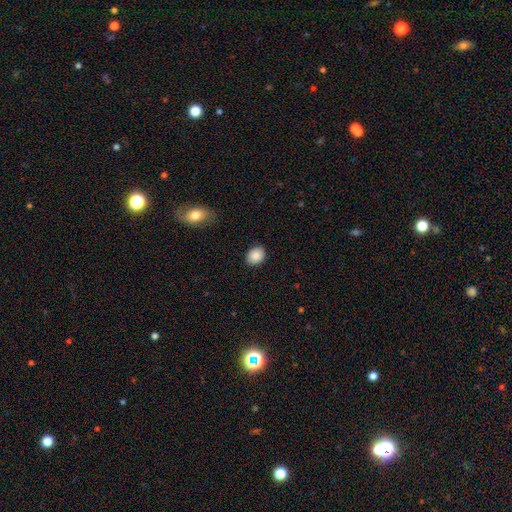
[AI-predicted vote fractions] This is clearly a smooth galaxy (88%). How rounded: possibly in between (55%). Merging: clearly none (87%).